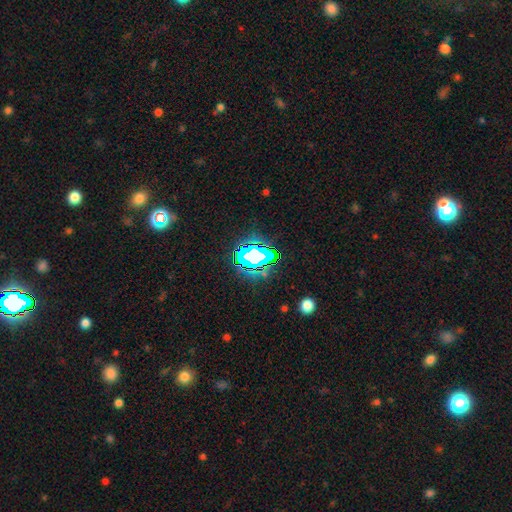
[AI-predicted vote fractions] The model was most divided on "smooth or featured": star or artifact: 67%, smooth: 20%, featured or disk: 13%.